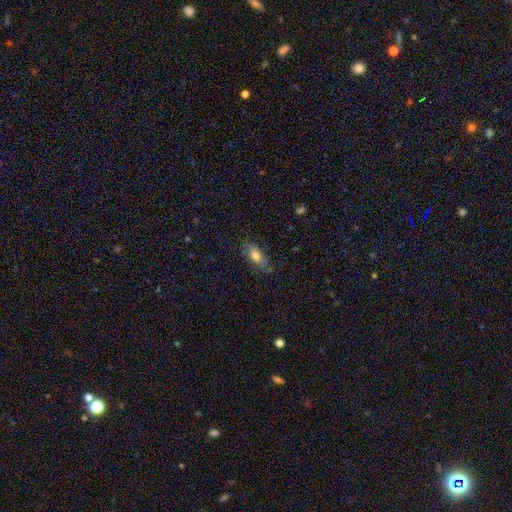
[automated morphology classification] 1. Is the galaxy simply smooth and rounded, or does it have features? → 73% smooth, 19% featured or disk, 8% star or artifact.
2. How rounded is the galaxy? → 80% in between, 17% cigar-shaped, 4% round.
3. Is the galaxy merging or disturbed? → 75% none, 19% minor disturbance, 5% major disturbance, 1% merger.